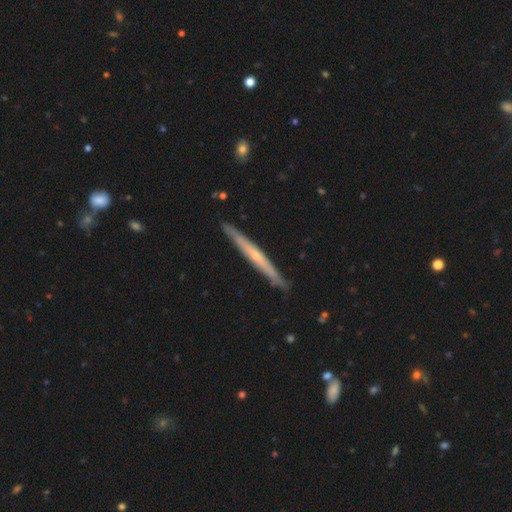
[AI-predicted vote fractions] Morphology: type=featured or disk (62%); edge-on=yes (96%); edge-on bulge=none (56%); merging=none (90%).